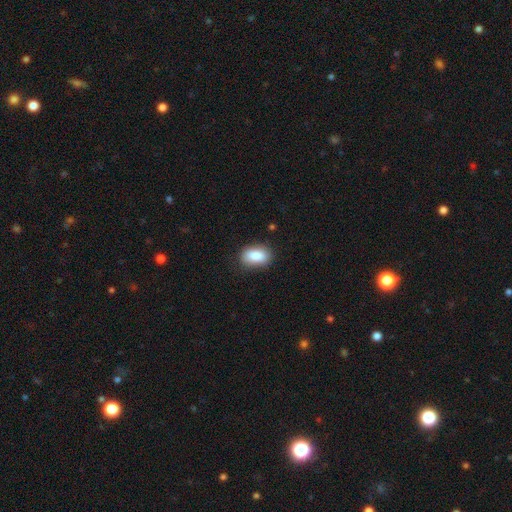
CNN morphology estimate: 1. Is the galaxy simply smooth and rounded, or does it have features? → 85% smooth, 8% star or artifact, 7% featured or disk.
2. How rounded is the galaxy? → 86% in between, 13% round, 2% cigar-shaped.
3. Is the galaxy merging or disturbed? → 81% none, 14% minor disturbance, 3% major disturbance, 1% merger.